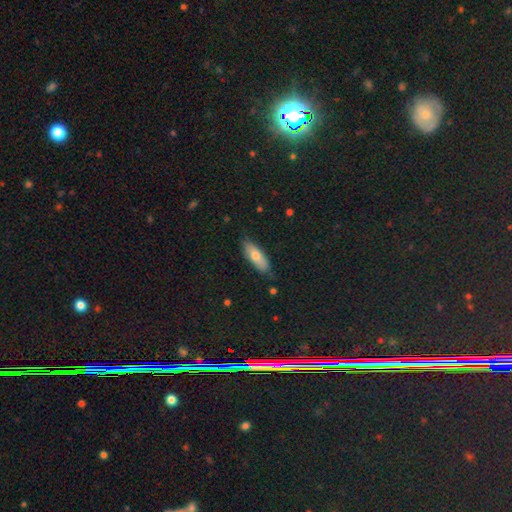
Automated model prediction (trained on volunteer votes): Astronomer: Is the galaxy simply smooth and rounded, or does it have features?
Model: smooth — 71%.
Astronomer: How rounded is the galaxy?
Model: in between — 68%.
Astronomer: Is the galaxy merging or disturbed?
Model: none — 81%.